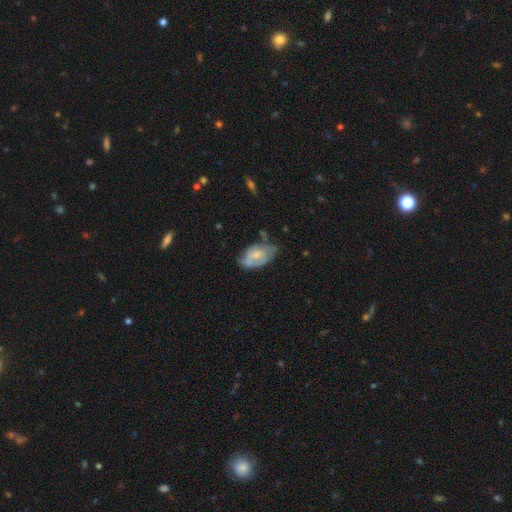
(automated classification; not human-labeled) smooth_or_featured: featured or disk (p=0.51) [alt: smooth p=0.42]
disk_edge_on: no (p=0.95) [alt: yes p=0.05]
merging: none (p=0.42) [alt: minor disturbance p=0.36]